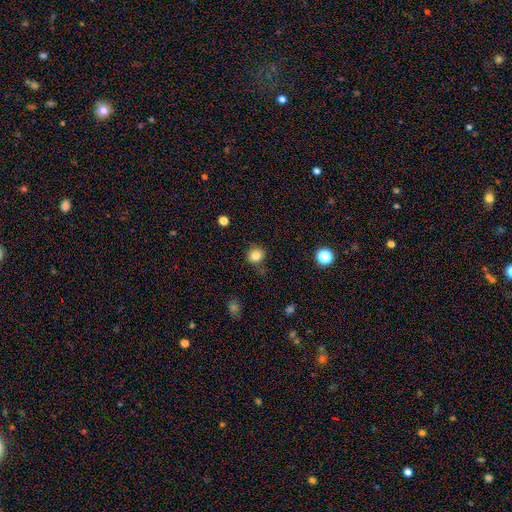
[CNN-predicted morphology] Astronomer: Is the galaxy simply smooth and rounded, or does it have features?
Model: smooth — 83%.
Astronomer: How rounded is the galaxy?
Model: round — 83%.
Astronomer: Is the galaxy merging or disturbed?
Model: none — 77%.